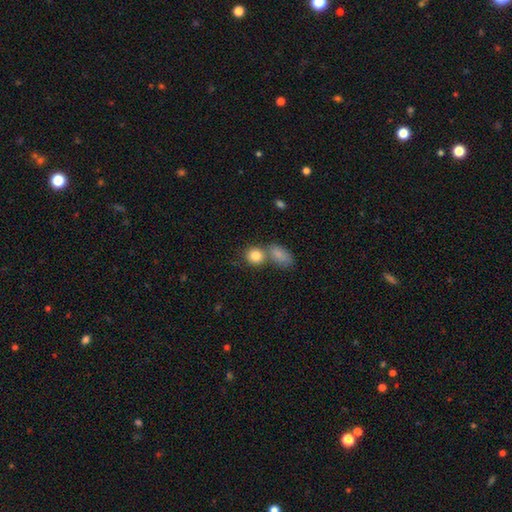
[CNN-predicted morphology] Smooth or featured? Predicted: smooth (p=0.84). How rounded? Predicted: round (p=0.73). Merging? Predicted: none (p=0.48).